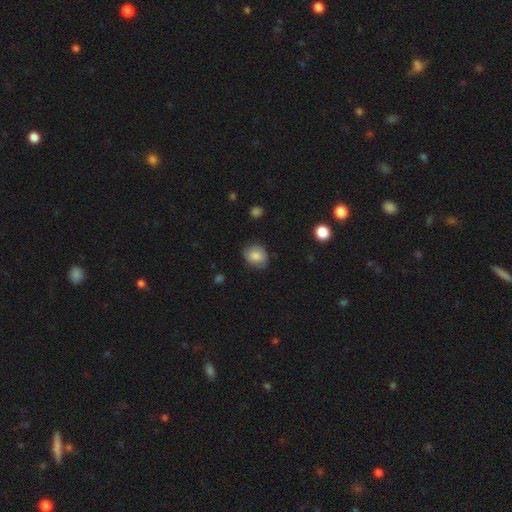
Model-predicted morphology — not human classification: This appears to be a smooth galaxy with no disk features (81%) that is round (55%). Merging: none (74%).